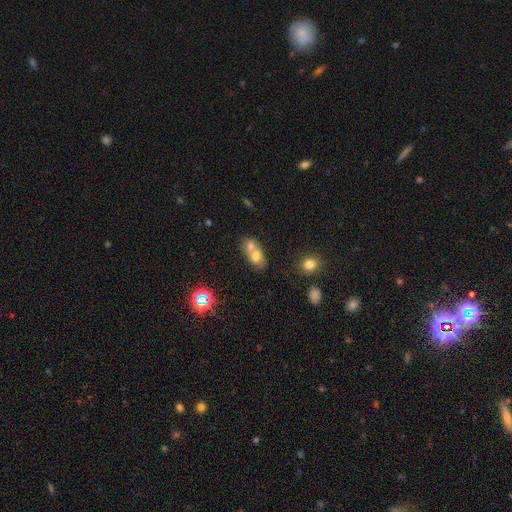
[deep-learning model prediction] Smooth or featured? smooth (66%)
How rounded? in between (63%)
Merging? merger (67%)